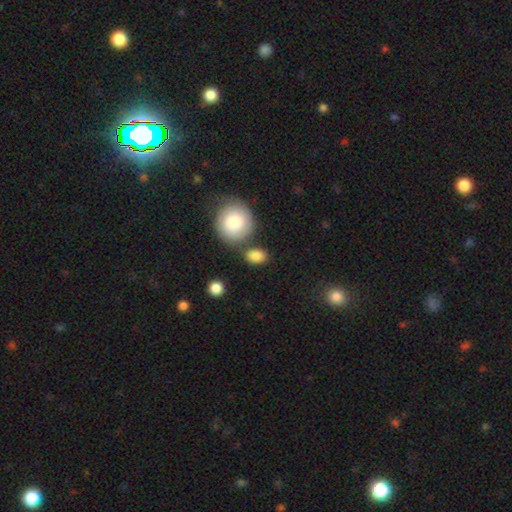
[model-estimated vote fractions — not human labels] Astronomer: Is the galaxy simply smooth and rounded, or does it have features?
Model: smooth — 85%.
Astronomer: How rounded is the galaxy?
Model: in between — 67%.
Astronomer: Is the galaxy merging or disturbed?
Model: none — 63%.